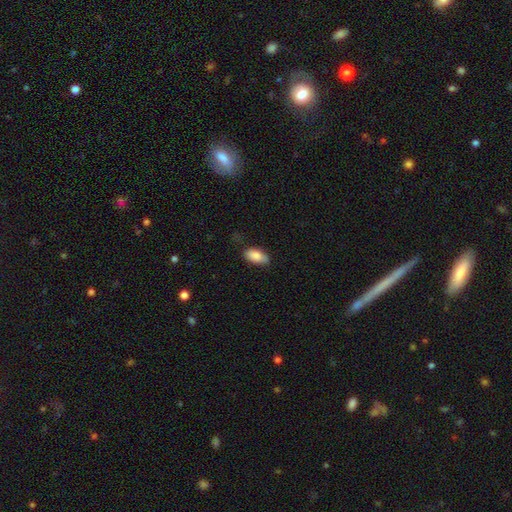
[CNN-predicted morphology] Smooth or featured?
  - smooth: 86% *
  - featured or disk: 8%
  - star or artifact: 7%
How rounded?
  - in between: 92% *
  - cigar-shaped: 5%
  - round: 3%
Merging?
  - none: 73% *
  - minor disturbance: 21%
  - major disturbance: 4%
  - merger: 1%